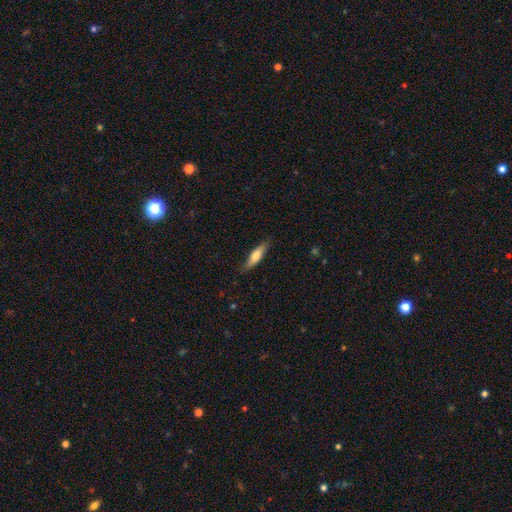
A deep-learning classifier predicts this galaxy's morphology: Q: Smooth or featured?
A: smooth (60%); runner-up: featured or disk (35%)
Q: How rounded?
A: cigar-shaped (70%); runner-up: in between (28%)
Q: Merging?
A: none (82%); runner-up: minor disturbance (14%)